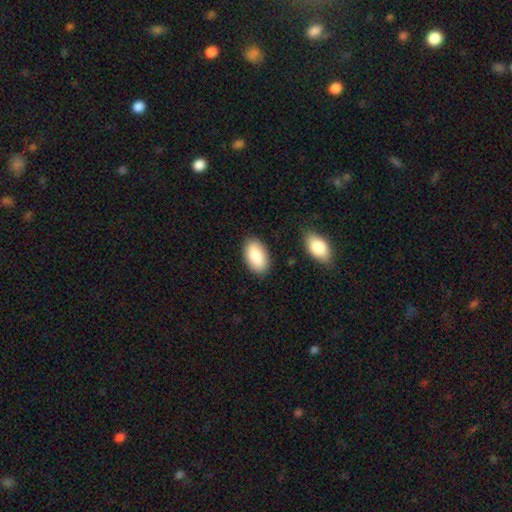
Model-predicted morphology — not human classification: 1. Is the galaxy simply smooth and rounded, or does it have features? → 87% smooth, 7% featured or disk, 6% star or artifact.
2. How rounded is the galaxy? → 95% in between, 3% round, 2% cigar-shaped.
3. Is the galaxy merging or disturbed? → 86% none, 10% minor disturbance, 2% merger, 2% major disturbance.